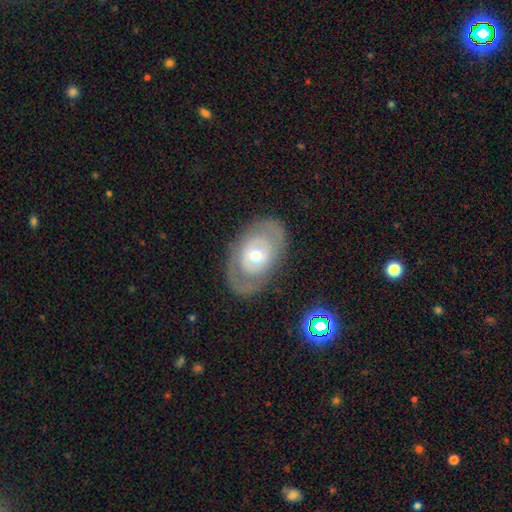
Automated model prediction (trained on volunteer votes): Overall: featured or disk (61%; smooth 32%). Edge-on disk: no (91%). Bar: no (80%). Spiral arms: no (67%; yes 33%). Bulge size: moderate (58%; small 36%). Merging: none (78%).